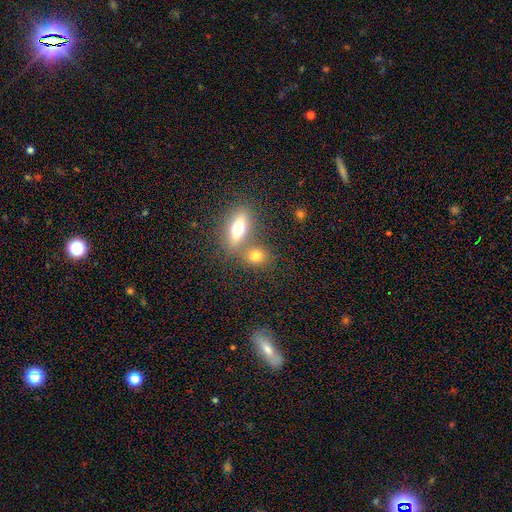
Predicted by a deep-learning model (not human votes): smooth-or-featured: smooth: 72% | featured or disk: 16% | star or artifact: 12%
  how-rounded: round: 54% | in between: 40% | cigar-shaped: 6%
  merging: none: 54% | merger: 34% | minor disturbance: 8% | major disturbance: 4%